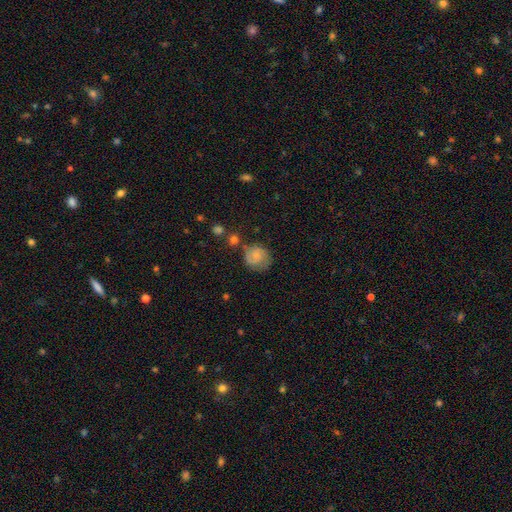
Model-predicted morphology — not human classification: Smooth or featured? smooth (66%)
How rounded? round (80%)
Merging? none (55%)